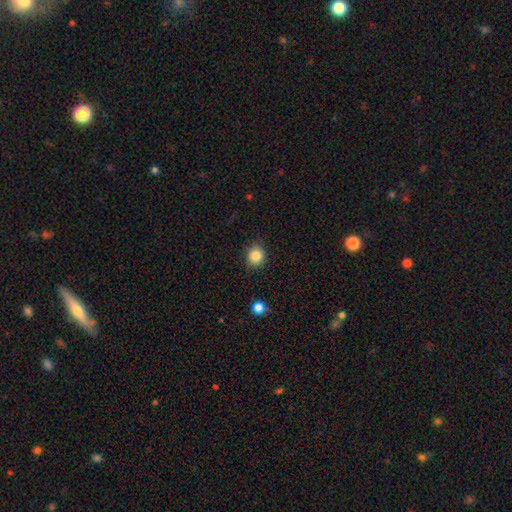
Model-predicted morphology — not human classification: This appears to be a smooth galaxy with no disk features (85%) that is round (84%). Merging: none (87%).